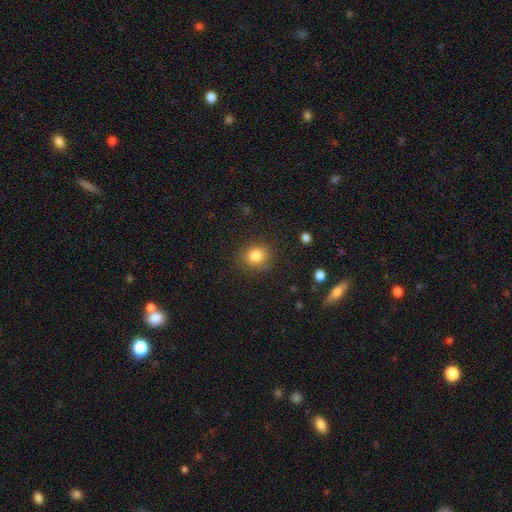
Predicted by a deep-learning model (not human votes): Smooth or featured: smooth — 83% (star or artifact — 11%)
How rounded: round — 80% (in between — 19%)
Merging: none — 83% (minor disturbance — 12%)